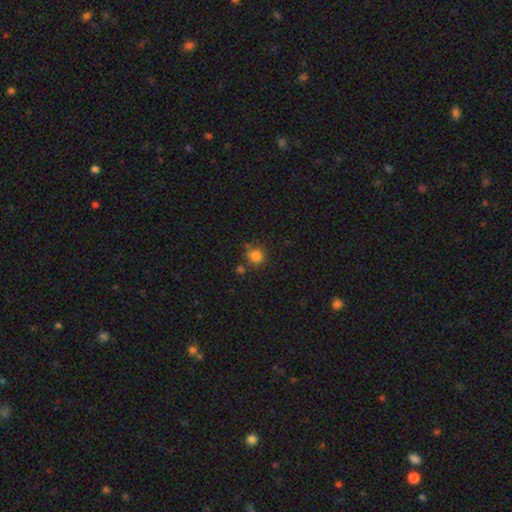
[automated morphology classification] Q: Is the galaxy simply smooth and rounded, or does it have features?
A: smooth — 82%.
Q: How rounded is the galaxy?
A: round — 89%.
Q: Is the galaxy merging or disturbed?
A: none — 71%.